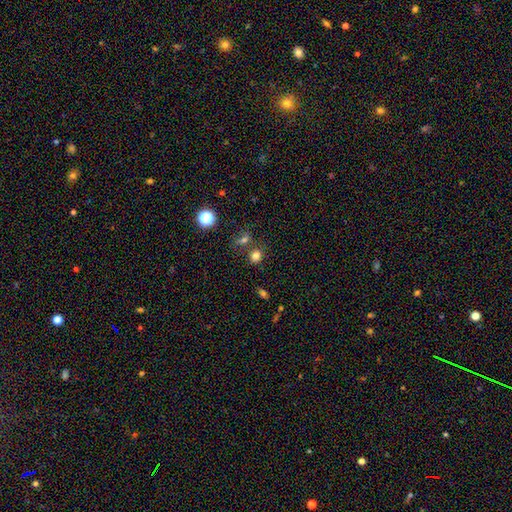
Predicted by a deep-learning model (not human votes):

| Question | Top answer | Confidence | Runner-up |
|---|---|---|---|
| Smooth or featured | smooth | 75% | star or artifact (19%) |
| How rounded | round | 70% | in between (29%) |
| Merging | none | 69% | merger (16%) |